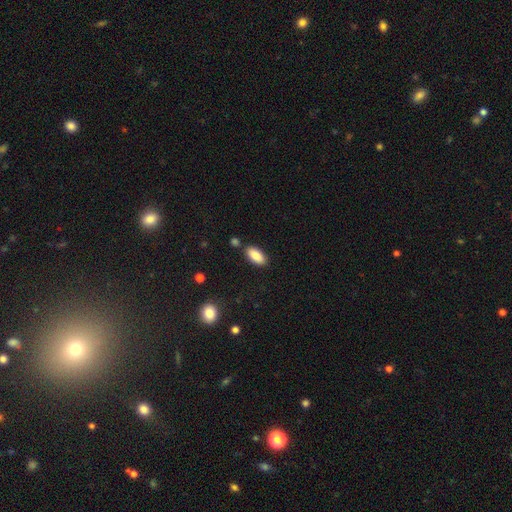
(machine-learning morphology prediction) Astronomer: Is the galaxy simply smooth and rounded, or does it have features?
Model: smooth — 87%.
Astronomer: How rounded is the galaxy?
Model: in between — 88%.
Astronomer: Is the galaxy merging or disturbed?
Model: none — 84%.